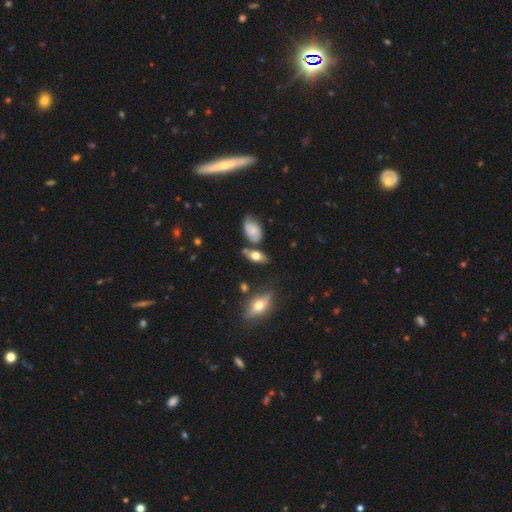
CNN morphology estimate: Q: Smooth or featured?
A: smooth (63%); runner-up: featured or disk (27%)
Q: How rounded?
A: in between (80%); runner-up: round (12%)
Q: Merging?
A: none (60%); runner-up: minor disturbance (19%)